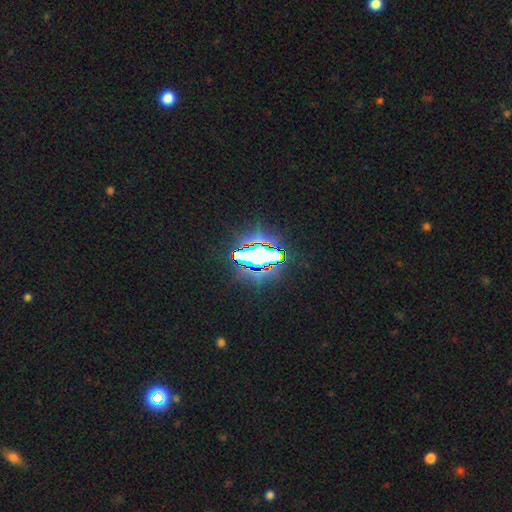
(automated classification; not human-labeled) Q: Smooth or featured?
A: star or artifact (68%); runner-up: smooth (17%)